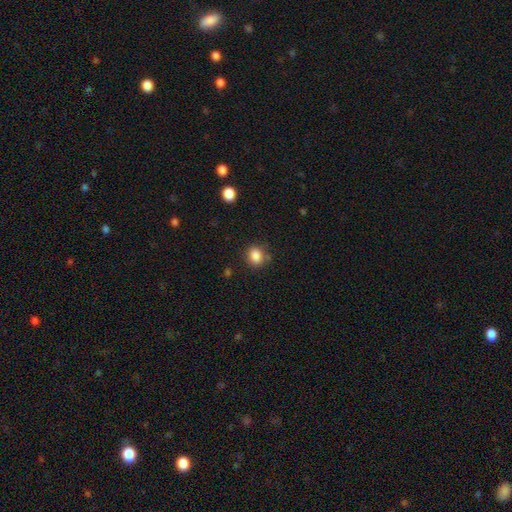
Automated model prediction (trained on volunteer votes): smooth 86%, star or artifact 10%, featured or disk 4%. Down the decision tree: how rounded — round (64%); merging — none (80%).